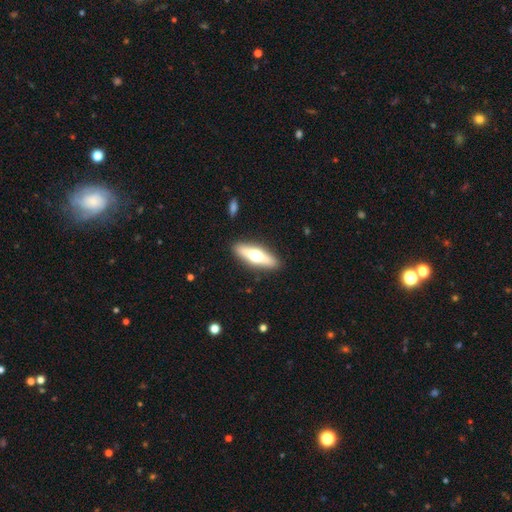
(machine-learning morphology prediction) Q: Smooth or featured?
A: featured or disk (54%); runner-up: smooth (40%)
Q: Edge-on disk?
A: yes (89%); runner-up: no (11%)
Q: Merging?
A: none (89%); runner-up: minor disturbance (7%)